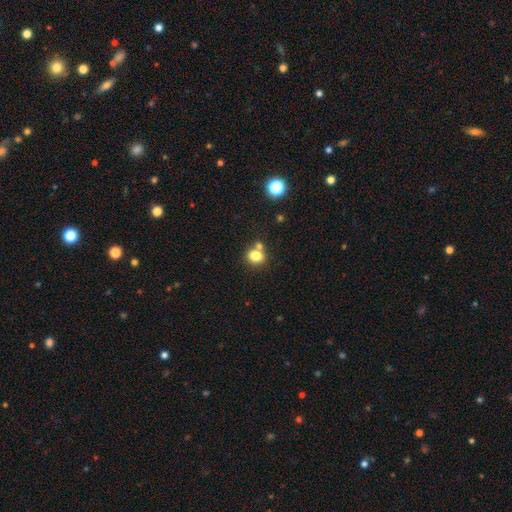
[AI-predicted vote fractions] Smooth or featured? Predicted: smooth (p=0.80). How rounded? Predicted: round (p=0.62). Merging? Predicted: none (p=0.59).